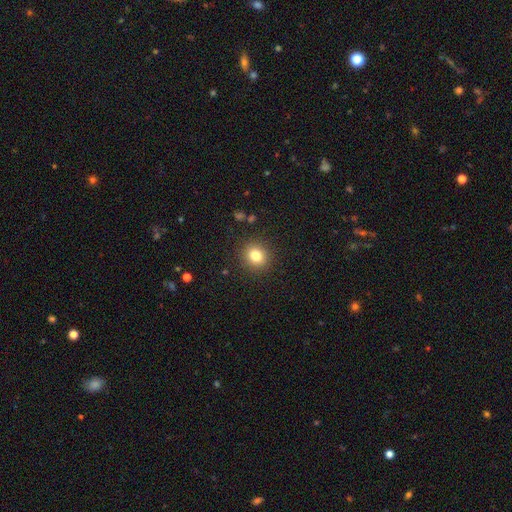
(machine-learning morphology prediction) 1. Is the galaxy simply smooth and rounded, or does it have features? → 81% smooth, 12% star or artifact, 8% featured or disk.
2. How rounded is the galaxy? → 83% round, 16% in between, 1% cigar-shaped.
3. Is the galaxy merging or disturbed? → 89% none, 7% minor disturbance, 3% major disturbance, 1% merger.